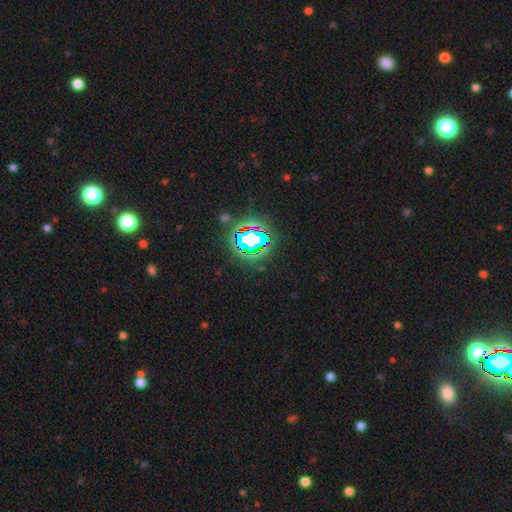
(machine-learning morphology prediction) Smooth or featured: star or artifact — 81% (smooth — 12%)